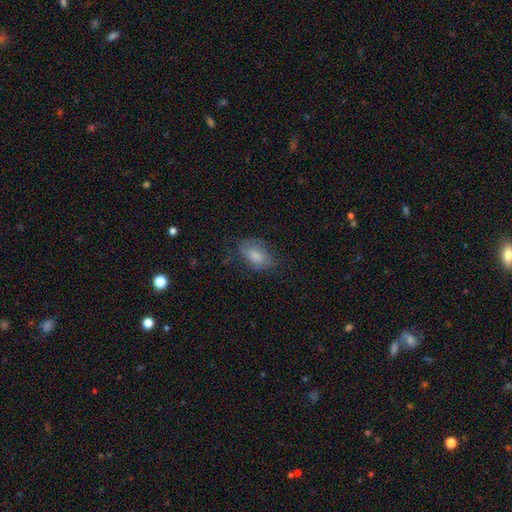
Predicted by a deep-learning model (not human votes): Smooth or featured?
  - smooth: 68% *
  - featured or disk: 23%
  - star or artifact: 9%
How rounded?
  - in between: 89% *
  - round: 9%
  - cigar-shaped: 2%
Merging?
  - none: 62% *
  - minor disturbance: 25%
  - major disturbance: 12%
  - merger: 1%